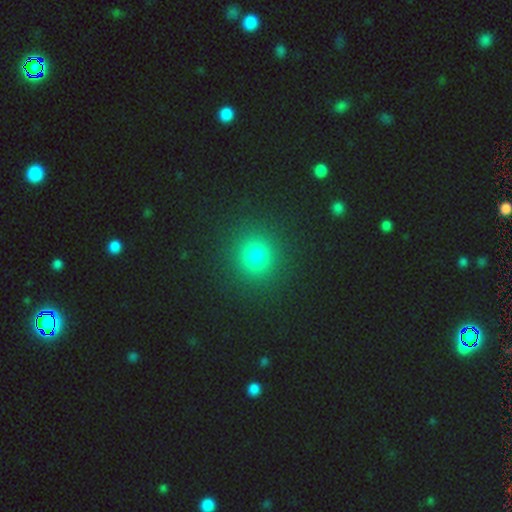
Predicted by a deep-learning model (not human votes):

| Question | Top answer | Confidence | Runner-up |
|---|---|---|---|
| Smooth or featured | smooth | 76% | star or artifact (18%) |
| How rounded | round | 89% | in between (10%) |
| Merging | none | 91% | minor disturbance (5%) |